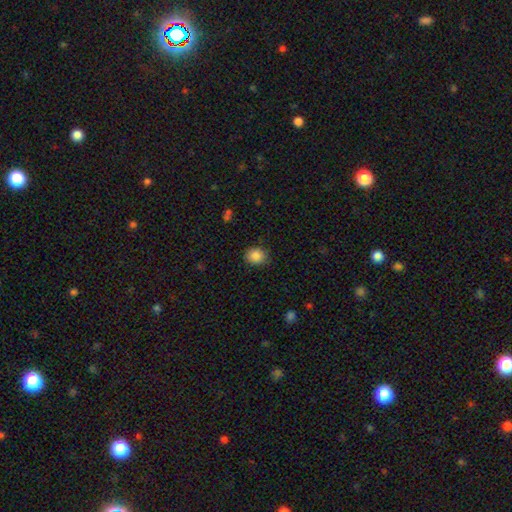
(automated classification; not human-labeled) smooth_or_featured: smooth (p=0.86) [alt: star or artifact p=0.09]
how_rounded: round (p=0.72) [alt: in between p=0.28]
merging: none (p=0.86) [alt: minor disturbance p=0.10]